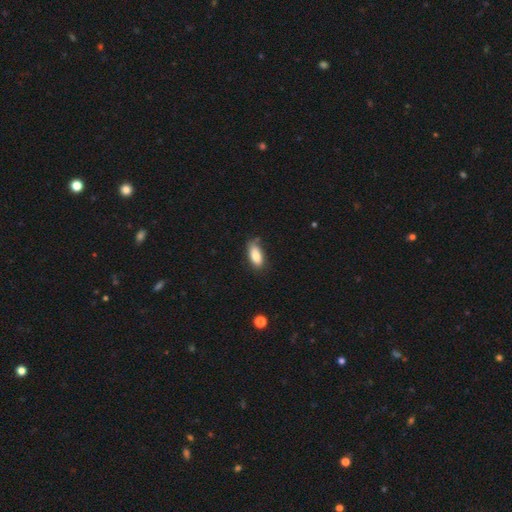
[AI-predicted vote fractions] This appears to be a smooth galaxy with no disk features (84%) that is in between round and cigar-shaped (83%). Merging: none (70%).